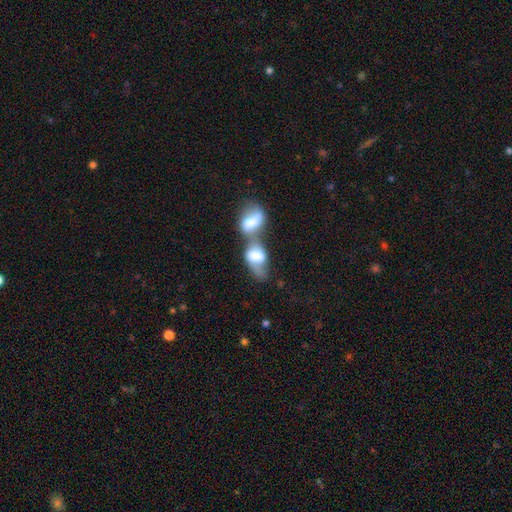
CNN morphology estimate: A smooth galaxy with no disk features (56%) that is in between round and cigar-shaped (86%).

Vote fractions:
- Smooth or featured? smooth: 56% / featured or disk: 36% / star or artifact: 8%
- How rounded? in between: 86% / round: 10% / cigar-shaped: 4%
- Merging? merger: 80% / none: 8% / major disturbance: 7% / minor disturbance: 5%